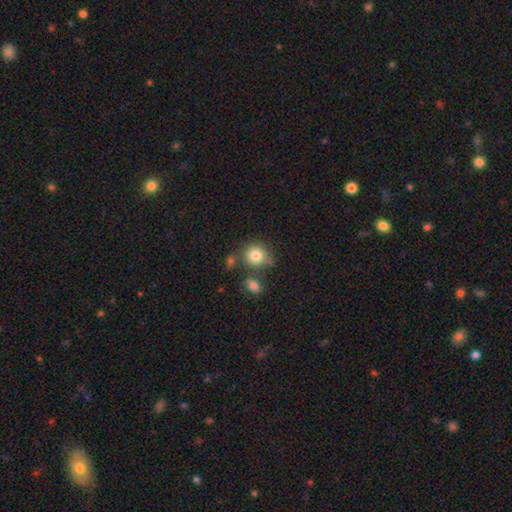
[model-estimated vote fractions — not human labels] This is clearly a smooth galaxy (81%). How rounded: clearly round (84%). Merging: likely none (62%).